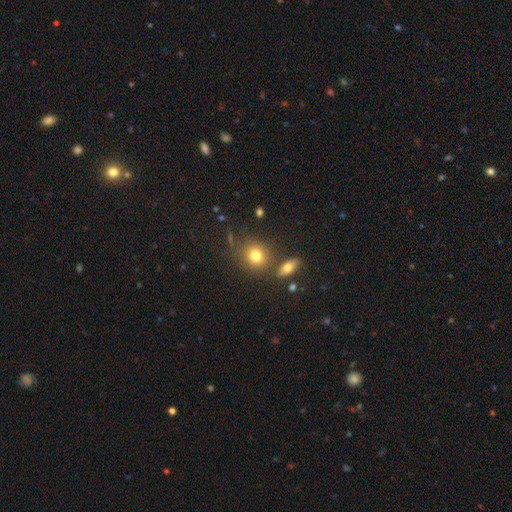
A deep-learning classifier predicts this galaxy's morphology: smooth_or_featured: smooth (p=0.77) [alt: star or artifact p=0.12]
how_rounded: round (p=0.77) [alt: in between p=0.22]
merging: none (p=0.75) [alt: merger p=0.11]